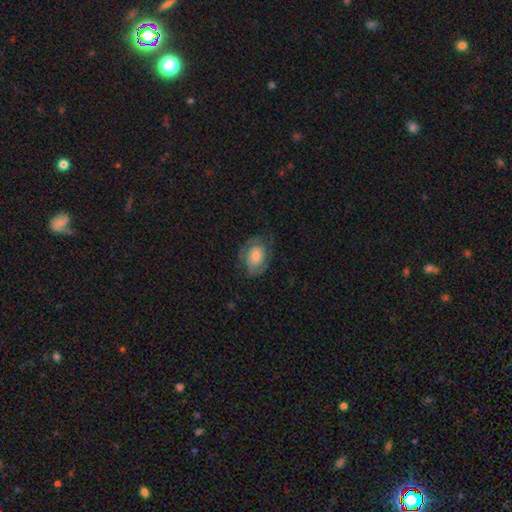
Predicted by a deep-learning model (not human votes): featured or disk 53%, smooth 38%, star or artifact 8%. Down the decision tree: edge-on disk — no (96%); bar — no (74%); spiral arms — yes (82%); bulge size — moderate (45%); merging — none (67%).